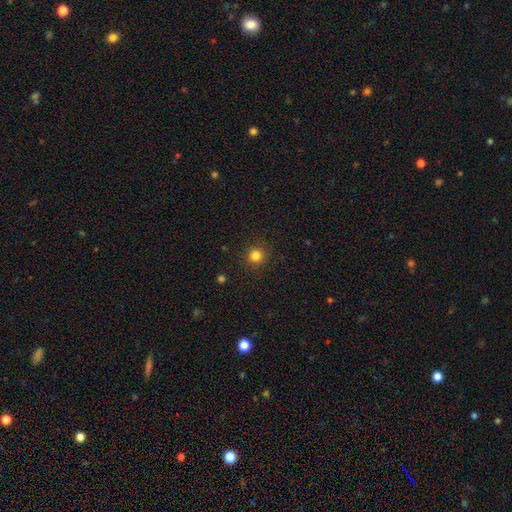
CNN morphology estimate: Smooth or featured: smooth — 83% (star or artifact — 13%)
How rounded: round — 94% (in between — 5%)
Merging: none — 91% (minor disturbance — 6%)